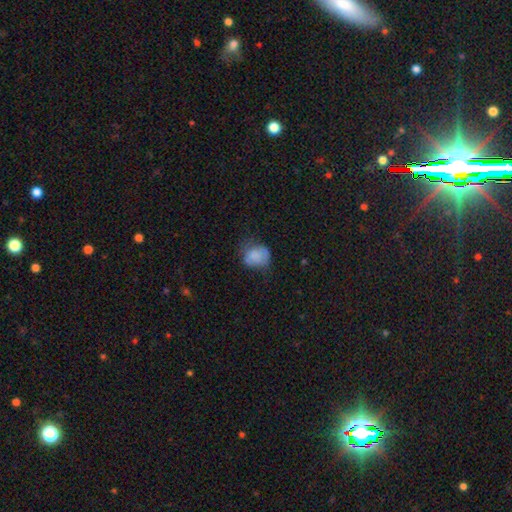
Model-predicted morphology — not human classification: smooth_or_featured: smooth (p=0.76) [alt: featured or disk p=0.15]
how_rounded: round (p=0.58) [alt: in between p=0.41]
merging: none (p=0.45) [alt: minor disturbance p=0.34]